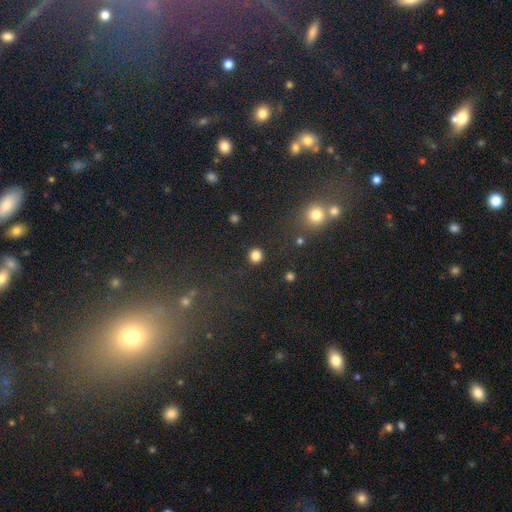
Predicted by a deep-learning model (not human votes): Q: Smooth or featured?
A: smooth (83%); runner-up: star or artifact (13%)
Q: How rounded?
A: round (92%); runner-up: in between (7%)
Q: Merging?
A: none (91%); runner-up: minor disturbance (5%)